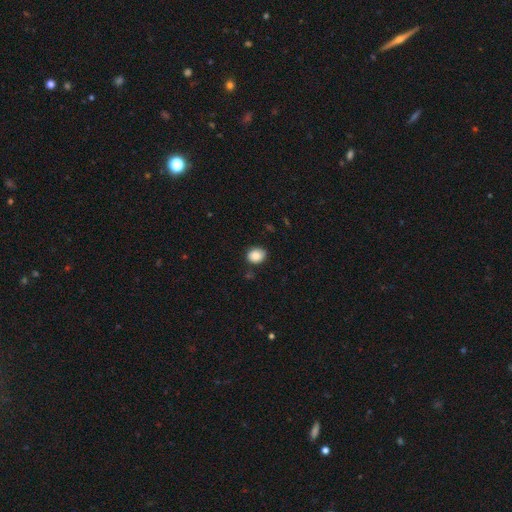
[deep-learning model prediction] The model was most divided on "how rounded": round: 58%, in between: 41%, cigar-shaped: 1%. More confident: smooth or featured — smooth (87%); merging — none (82%).